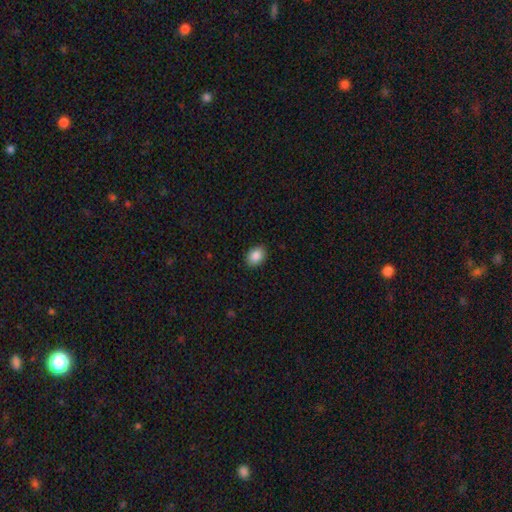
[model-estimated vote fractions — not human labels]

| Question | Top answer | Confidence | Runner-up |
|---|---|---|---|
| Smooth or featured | smooth | 88% | star or artifact (8%) |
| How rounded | in between | 71% | round (28%) |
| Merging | none | 89% | minor disturbance (8%) |